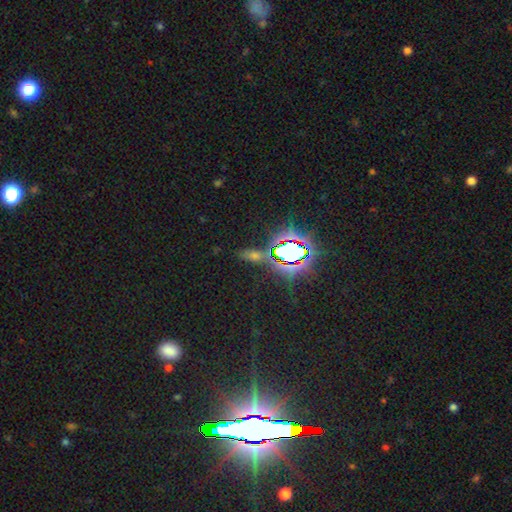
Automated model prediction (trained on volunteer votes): smooth-or-featured: star or artifact: 58% | smooth: 27% | featured or disk: 15%